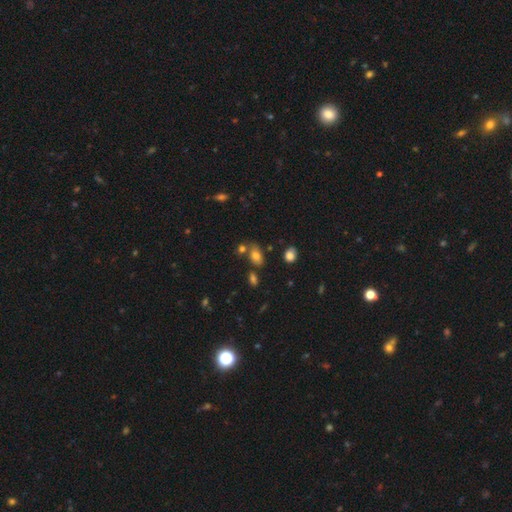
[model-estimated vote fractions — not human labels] Smooth or featured? smooth (76%)
How rounded? in between (84%)
Merging? none (65%)